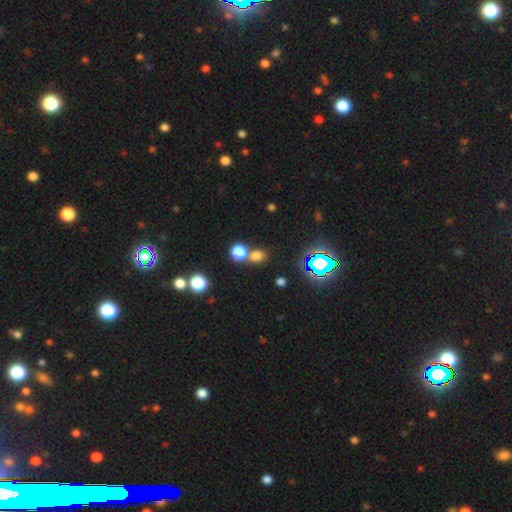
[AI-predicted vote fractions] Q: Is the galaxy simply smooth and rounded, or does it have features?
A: smooth — 71%.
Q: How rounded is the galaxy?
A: round — 74%.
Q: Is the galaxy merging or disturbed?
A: none — 52%.